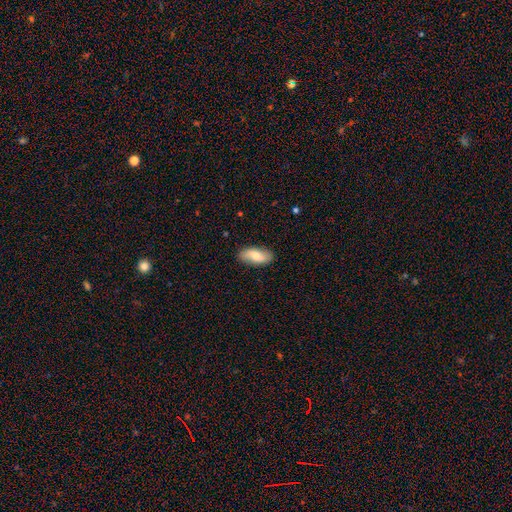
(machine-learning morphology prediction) The model was most divided on "smooth or featured": smooth: 67%, featured or disk: 27%, star or artifact: 6%. More confident: merging — none (87%); how rounded — in between (87%).